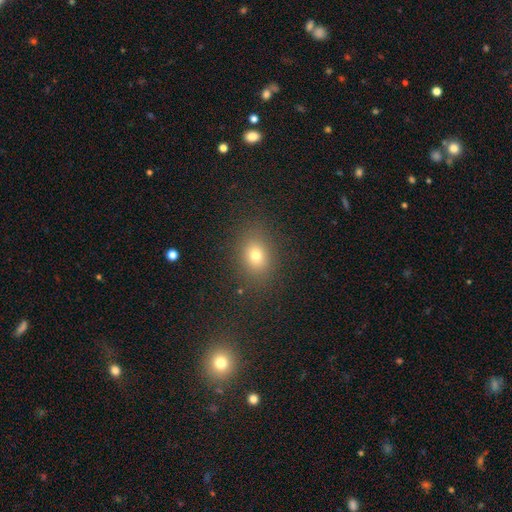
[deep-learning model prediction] Smooth or featured? smooth (73%)
How rounded? in between (55%)
Merging? none (85%)